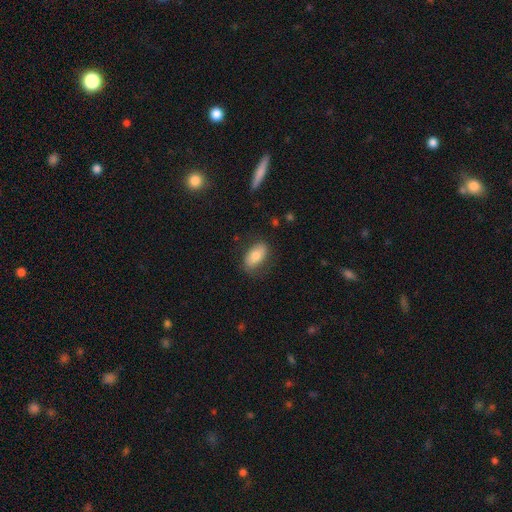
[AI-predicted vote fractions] smooth-or-featured: smooth: 76% | featured or disk: 18% | star or artifact: 7%
  how-rounded: in between: 92% | round: 6% | cigar-shaped: 2%
  merging: none: 75% | minor disturbance: 17% | major disturbance: 6% | merger: 1%